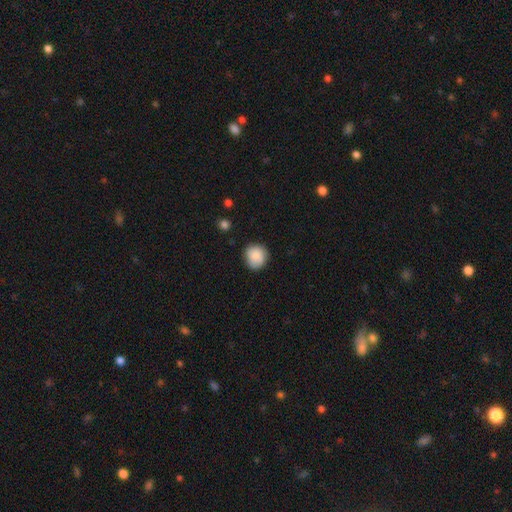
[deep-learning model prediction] Morphology: type=smooth (88%); roundness=round (89%); merging=none (80%).